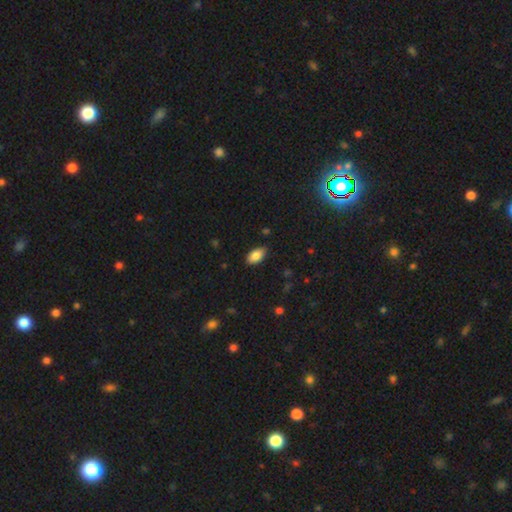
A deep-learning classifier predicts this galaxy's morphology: type=smooth (85%); roundness=in between (93%); merging=none (85%).